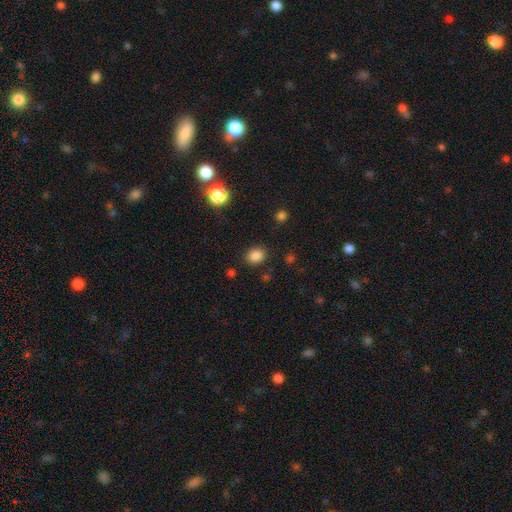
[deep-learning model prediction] The model was most divided on "how rounded": round: 54%, in between: 45%, cigar-shaped: 1%. More confident: merging — none (86%); smooth or featured — smooth (84%).